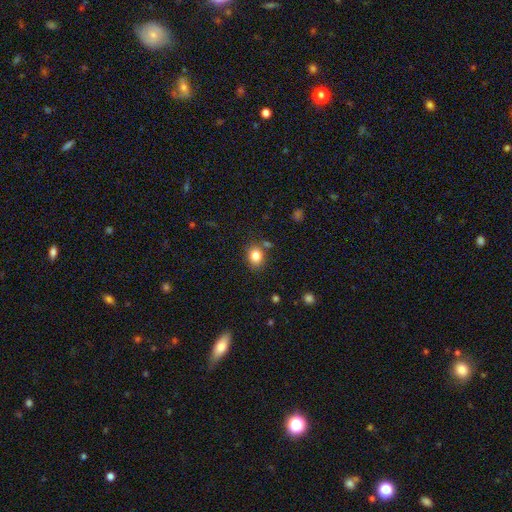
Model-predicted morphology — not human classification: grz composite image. It shows a smooth galaxy with no disk features (83%) that is round (56%). Merging: none (78%).